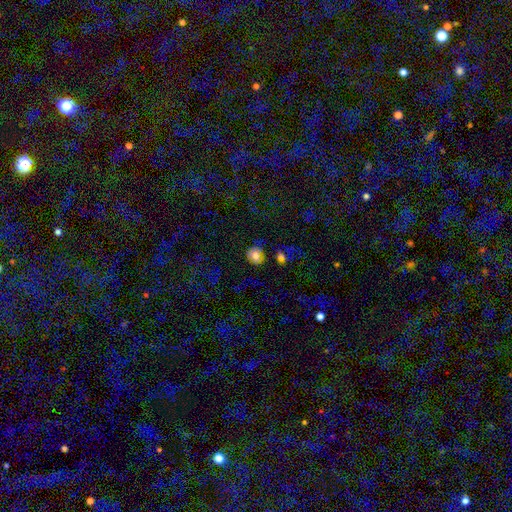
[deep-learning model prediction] This is likely a smooth galaxy (75%). How rounded: clearly round (80%). Merging: likely none (76%).